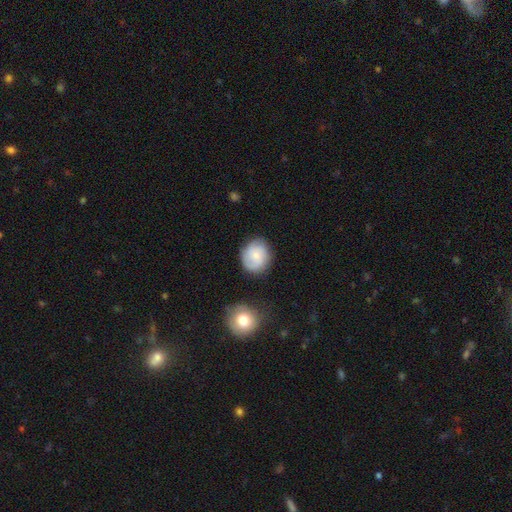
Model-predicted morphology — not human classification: Smooth or featured? smooth (57%)
How rounded? round (74%)
Merging? none (77%)